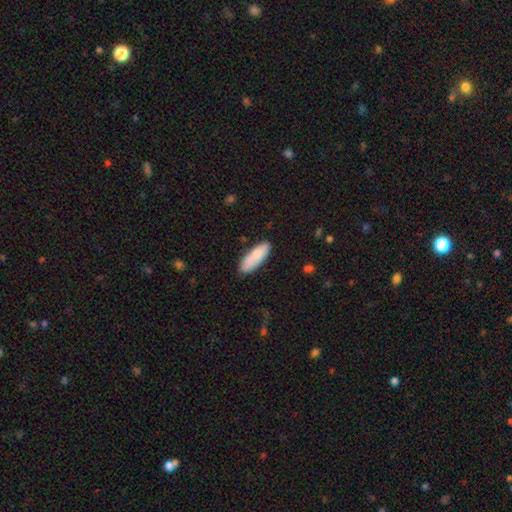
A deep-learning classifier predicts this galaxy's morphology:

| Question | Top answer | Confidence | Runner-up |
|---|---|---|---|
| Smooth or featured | smooth | 81% | featured or disk (13%) |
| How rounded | in between | 60% | cigar-shaped (38%) |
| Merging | none | 75% | minor disturbance (17%) |